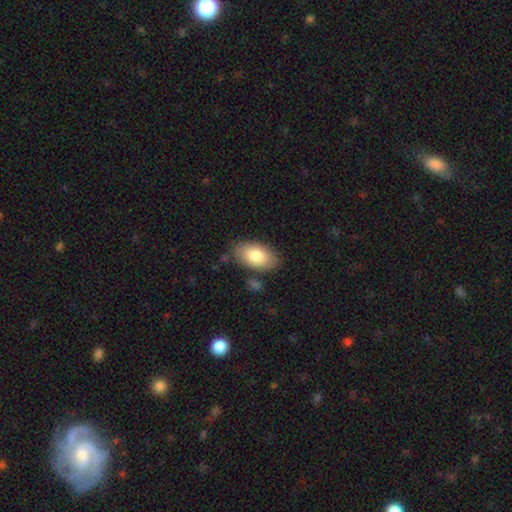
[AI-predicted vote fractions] Smooth or featured?
  - smooth: 81% *
  - featured or disk: 12%
  - star or artifact: 6%
How rounded?
  - in between: 94% *
  - round: 5%
  - cigar-shaped: 2%
Merging?
  - none: 78% *
  - minor disturbance: 14%
  - merger: 4%
  - major disturbance: 4%